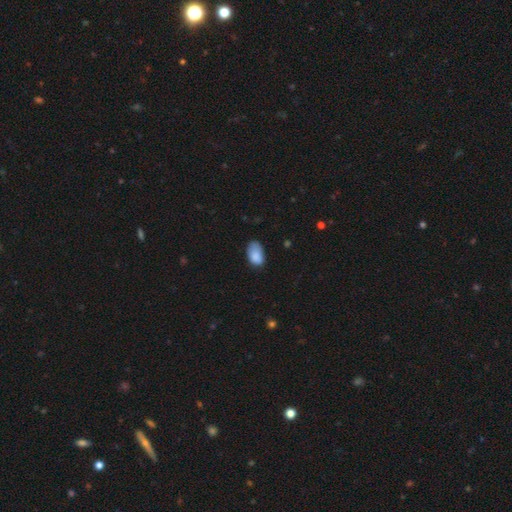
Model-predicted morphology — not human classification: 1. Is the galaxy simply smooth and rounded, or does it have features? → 85% smooth, 8% star or artifact, 7% featured or disk.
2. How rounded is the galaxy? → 92% in between, 6% round, 1% cigar-shaped.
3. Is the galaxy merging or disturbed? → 54% none, 35% minor disturbance, 9% major disturbance, 2% merger.